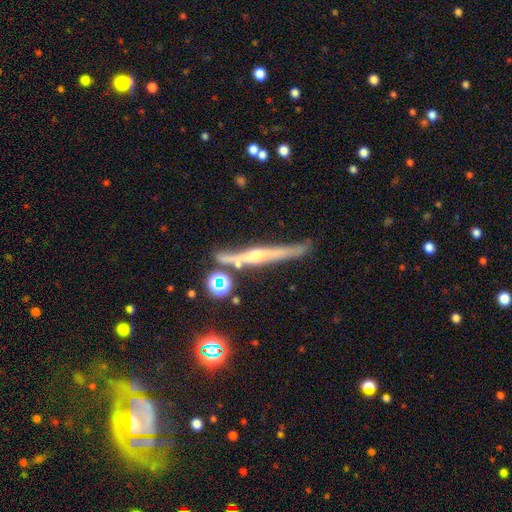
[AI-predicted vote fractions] smooth-or-featured: featured or disk: 77% | smooth: 15% | star or artifact: 8%
  disk-edge-on: yes: 95% | no: 5%
    edge-on-bulge: rounded: 79% | none: 17% | boxy: 5%
  merging: none: 73% | minor disturbance: 15% | merger: 8% | major disturbance: 4%